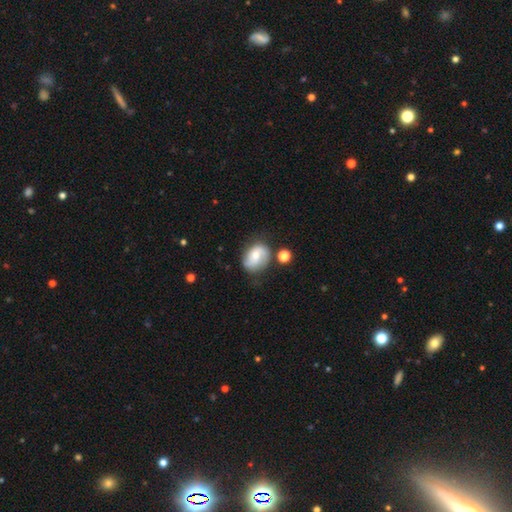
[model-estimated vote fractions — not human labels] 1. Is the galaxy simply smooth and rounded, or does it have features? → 55% featured or disk, 37% smooth, 8% star or artifact.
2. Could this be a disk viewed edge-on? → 97% no, 3% yes.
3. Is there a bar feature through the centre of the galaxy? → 57% no, 35% weak, 8% strong.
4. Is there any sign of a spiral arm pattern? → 86% yes, 14% no.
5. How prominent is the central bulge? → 55% moderate, 35% small, 4% large, 3% none, 1% dominant.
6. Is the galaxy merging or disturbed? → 64% none, 22% minor disturbance, 7% major disturbance, 7% merger.